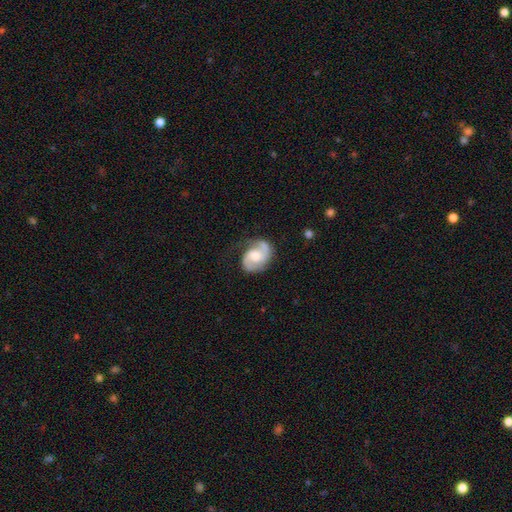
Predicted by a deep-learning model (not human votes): smooth_or_featured: featured or disk (p=0.84) [alt: smooth p=0.11]
disk_edge_on: no (p=0.98) [alt: yes p=0.02]
bar: no (p=0.52) [alt: weak p=0.41]
has_spiral_arms: yes (p=0.97) [alt: no p=0.03]
spiral_winding: medium (p=0.54) [alt: tight p=0.24]
spiral_arm_count: 2 (p=0.89) [alt: 1 p=0.04]
bulge_size: moderate (p=0.49) [alt: small p=0.21]
merging: none (p=0.68) [alt: minor disturbance p=0.21]